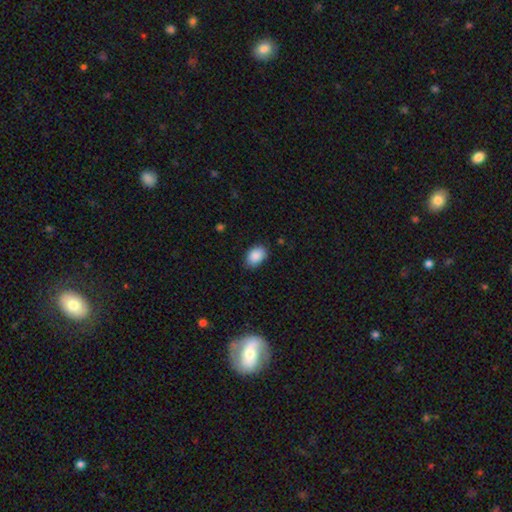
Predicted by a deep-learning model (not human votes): The model was most divided on "merging": none: 81%, minor disturbance: 15%, major disturbance: 3%, merger: 1%. More confident: smooth or featured — smooth (88%); how rounded — in between (83%).